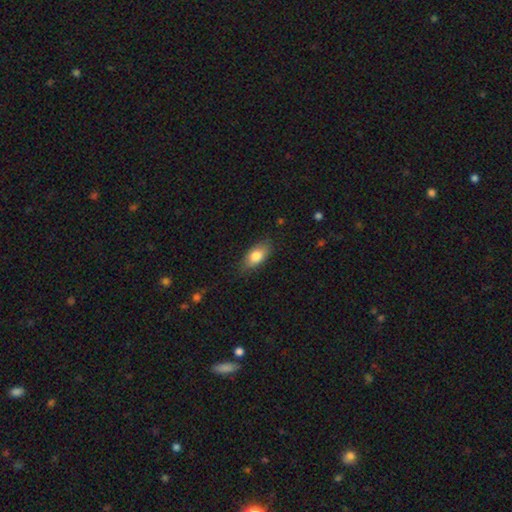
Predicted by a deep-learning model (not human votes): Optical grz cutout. It shows a smooth galaxy with no disk features (80%) that is in between round and cigar-shaped (89%). Merging: none (80%).